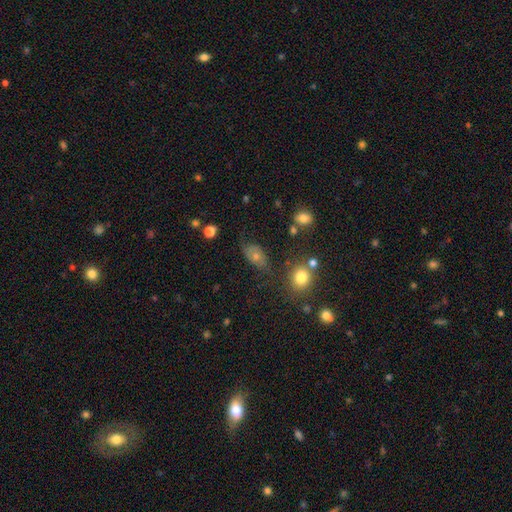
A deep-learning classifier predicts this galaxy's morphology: A smooth galaxy with no disk features (66%) that is in between round and cigar-shaped (85%). Merging: none (56%).